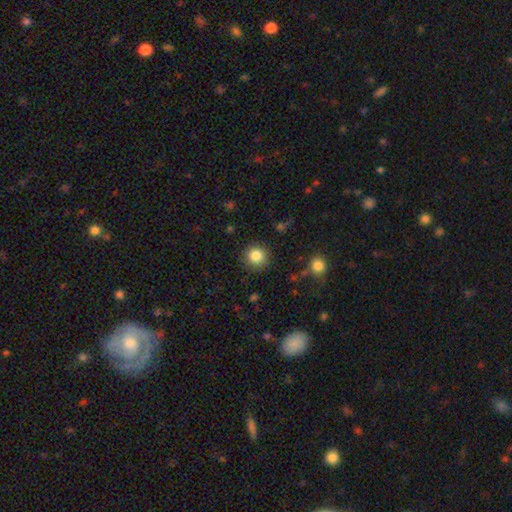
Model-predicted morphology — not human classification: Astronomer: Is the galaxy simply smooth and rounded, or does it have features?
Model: smooth — 84%.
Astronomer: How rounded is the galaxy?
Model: round — 93%.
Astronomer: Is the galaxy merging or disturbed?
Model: none — 88%.